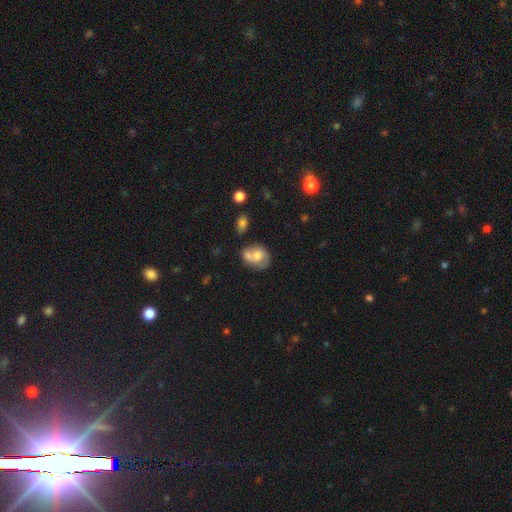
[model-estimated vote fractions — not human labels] This is possibly a smooth galaxy (53%). How rounded: possibly in between (54%). Merging: marginally merger (44%).